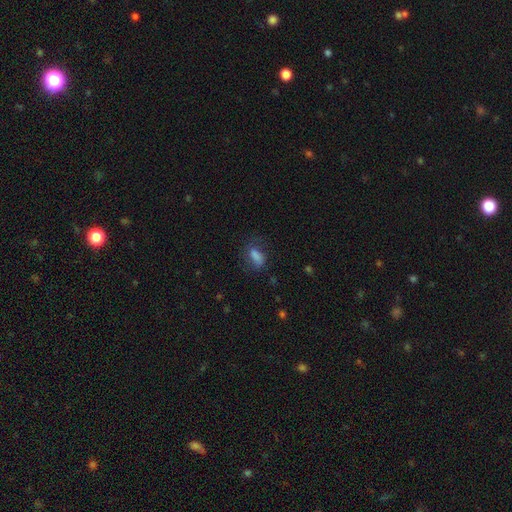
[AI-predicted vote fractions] A smooth galaxy with no disk features (74%) that is in between round and cigar-shaped (82%).

Vote fractions:
- Smooth or featured? smooth: 74% / featured or disk: 15% / star or artifact: 11%
- How rounded? in between: 82% / cigar-shaped: 9% / round: 8%
- Merging? none: 54% / minor disturbance: 25% / major disturbance: 19% / merger: 2%